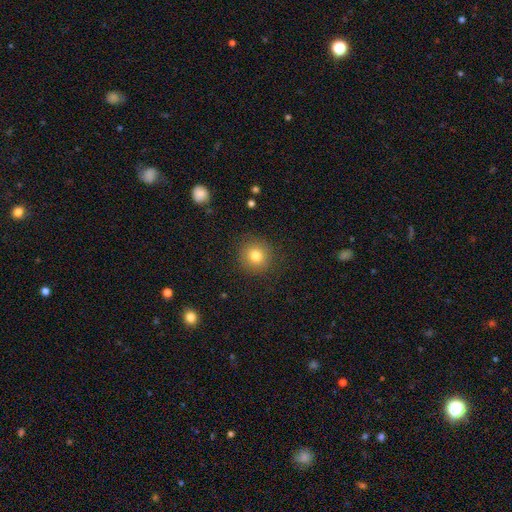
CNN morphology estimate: smooth 79%, star or artifact 12%, featured or disk 9%. Down the decision tree: how rounded — round (92%); merging — none (87%).